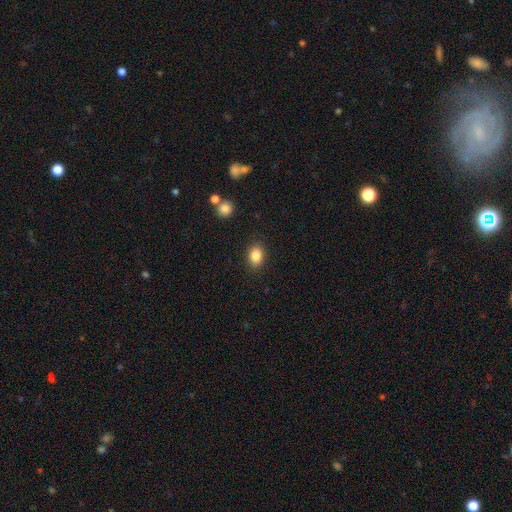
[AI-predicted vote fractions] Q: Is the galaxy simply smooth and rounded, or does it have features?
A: smooth — 85%.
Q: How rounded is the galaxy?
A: in between — 68%.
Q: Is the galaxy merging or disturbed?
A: none — 88%.